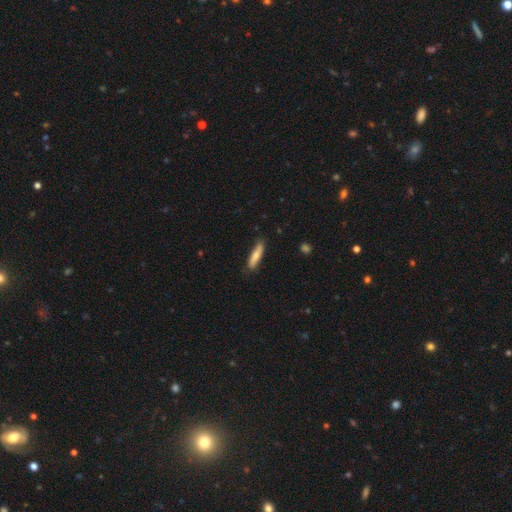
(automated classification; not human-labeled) Smooth or featured?
  - smooth: 73% *
  - featured or disk: 21%
  - star or artifact: 6%
How rounded?
  - cigar-shaped: 79% *
  - in between: 20%
  - round: 2%
Merging?
  - none: 81% *
  - minor disturbance: 15%
  - major disturbance: 2%
  - merger: 1%